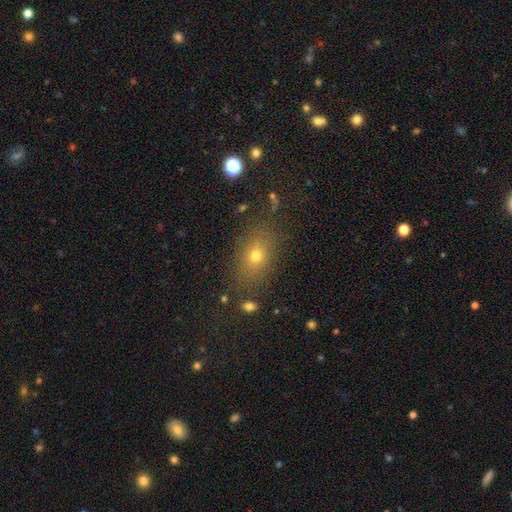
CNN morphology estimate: Q: Smooth or featured?
A: smooth (69%); runner-up: star or artifact (18%)
Q: How rounded?
A: in between (69%); runner-up: round (28%)
Q: Merging?
A: none (80%); runner-up: minor disturbance (12%)